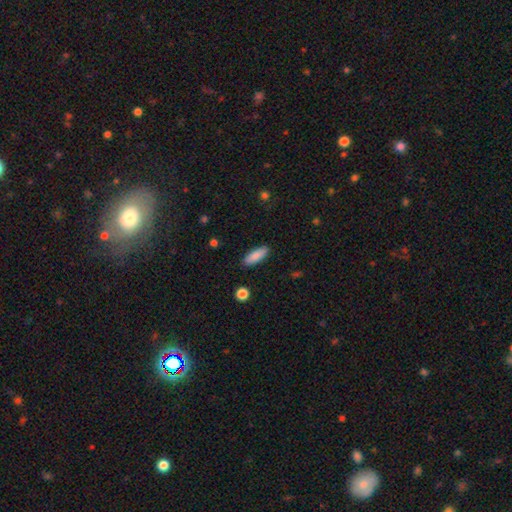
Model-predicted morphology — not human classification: Q: Smooth or featured?
A: smooth (87%); runner-up: featured or disk (7%)
Q: How rounded?
A: in between (61%); runner-up: cigar-shaped (37%)
Q: Merging?
A: none (89%); runner-up: minor disturbance (8%)